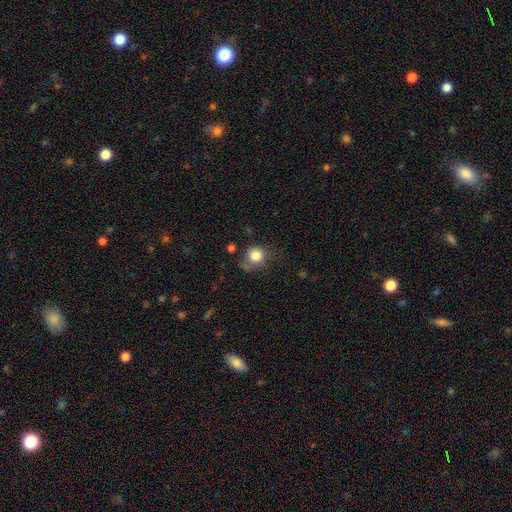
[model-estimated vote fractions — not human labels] Smooth or featured? smooth (82%)
How rounded? round (85%)
Merging? none (56%)